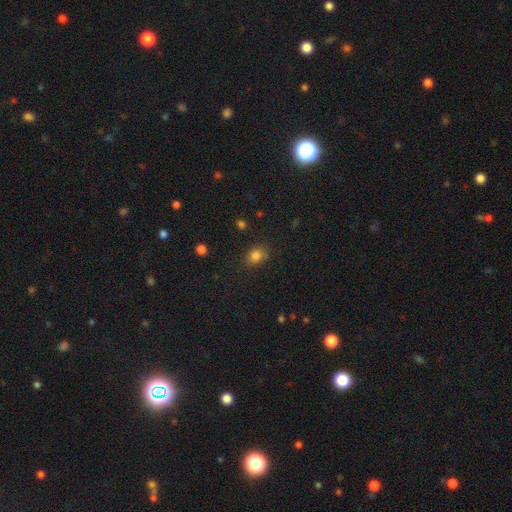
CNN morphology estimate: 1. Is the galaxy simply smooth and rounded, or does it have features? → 82% smooth, 12% star or artifact, 6% featured or disk.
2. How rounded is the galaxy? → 50% round, 48% in between, 1% cigar-shaped.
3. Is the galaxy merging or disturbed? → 77% none, 17% minor disturbance, 4% major disturbance, 2% merger.